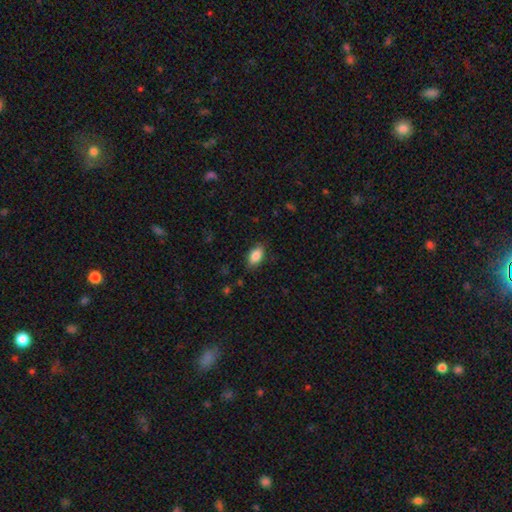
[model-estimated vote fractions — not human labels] smooth-or-featured: smooth: 85% | star or artifact: 8% | featured or disk: 7%
  how-rounded: in between: 91% | round: 6% | cigar-shaped: 3%
  merging: none: 84% | minor disturbance: 12% | major disturbance: 3% | merger: 1%